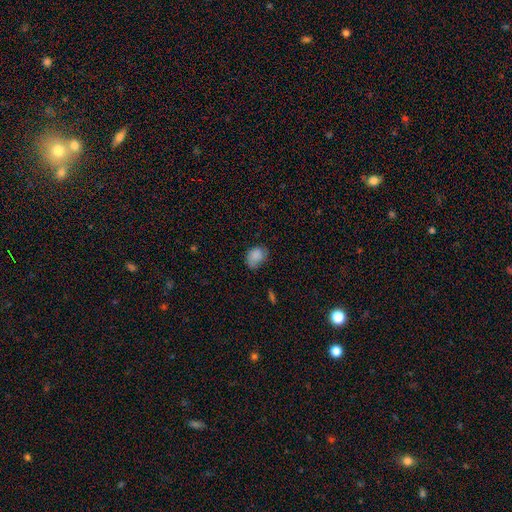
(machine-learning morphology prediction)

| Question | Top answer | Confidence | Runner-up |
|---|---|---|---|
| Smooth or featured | smooth | 83% | star or artifact (9%) |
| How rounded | in between | 63% | round (36%) |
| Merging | none | 55% | minor disturbance (34%) |